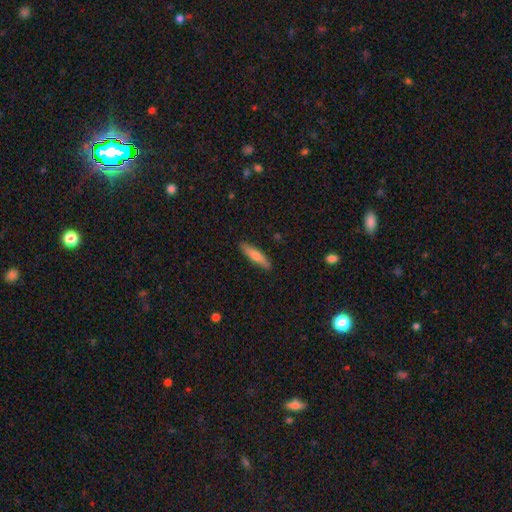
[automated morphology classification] Smooth or featured? Predicted: smooth (p=0.75). How rounded? Predicted: cigar-shaped (p=0.77). Merging? Predicted: none (p=0.88).